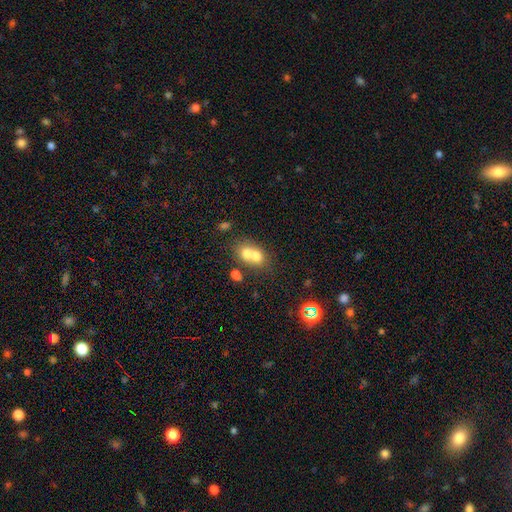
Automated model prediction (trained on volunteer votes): Morphology: type=smooth (67%); roundness=round (56%); merging=merger (68%).